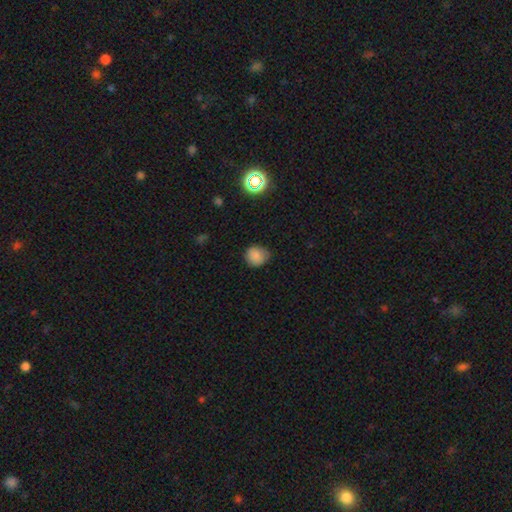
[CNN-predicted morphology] Smooth or featured: smooth — 83% (star or artifact — 12%)
How rounded: round — 81% (in between — 18%)
Merging: none — 74% (minor disturbance — 22%)